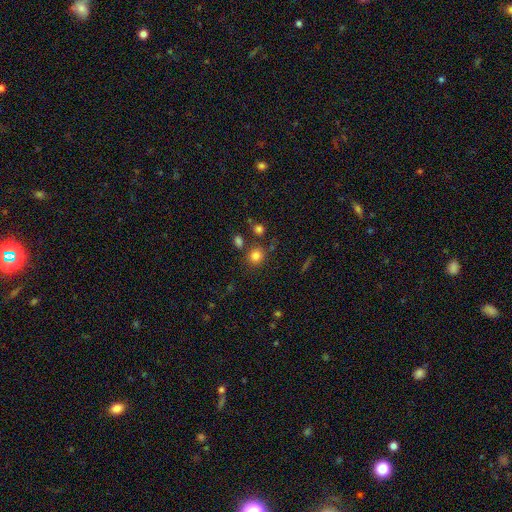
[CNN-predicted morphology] Smooth or featured? smooth (81%)
How rounded? round (83%)
Merging? none (77%)